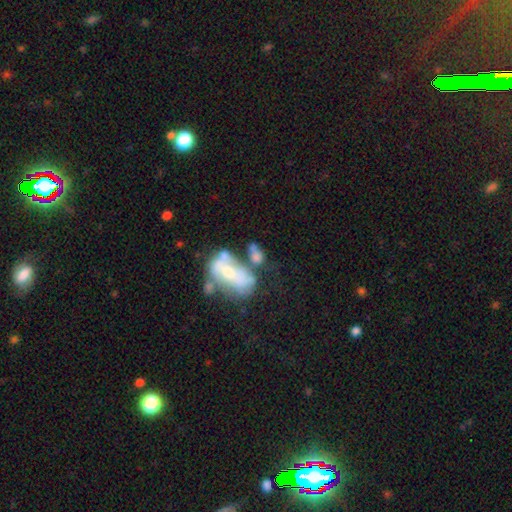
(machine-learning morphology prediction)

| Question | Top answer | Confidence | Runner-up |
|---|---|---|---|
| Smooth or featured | smooth | 46% | featured or disk (43%) |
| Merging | merger | 42% | none (22%) |